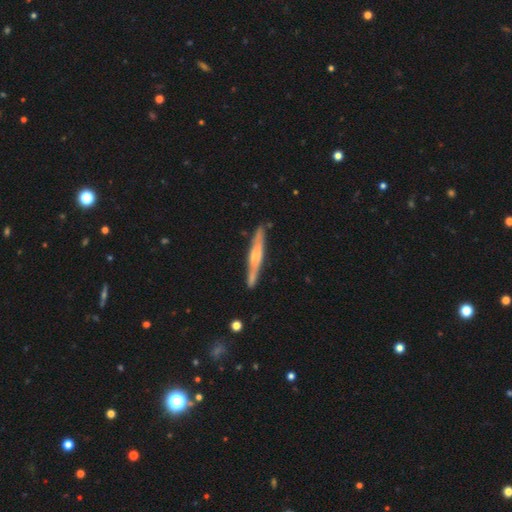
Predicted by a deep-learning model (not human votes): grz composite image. It shows a featured or disk galaxy (64%) viewed edge-on (95%) with a rounded central bulge (70%). Merging: none (86%).